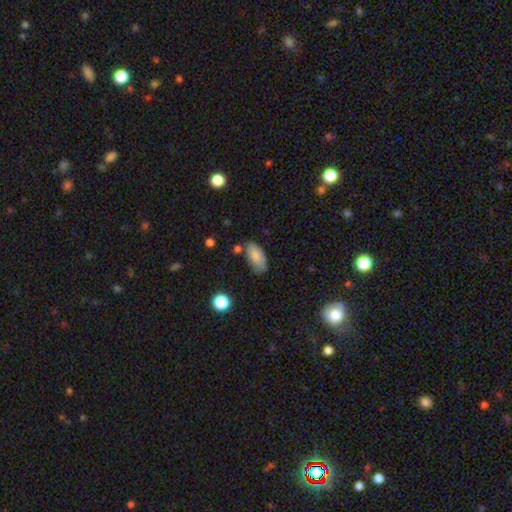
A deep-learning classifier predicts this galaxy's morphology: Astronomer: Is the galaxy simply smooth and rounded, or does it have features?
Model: smooth — 82%.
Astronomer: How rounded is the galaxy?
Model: in between — 93%.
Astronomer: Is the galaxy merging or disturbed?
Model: none — 66%.